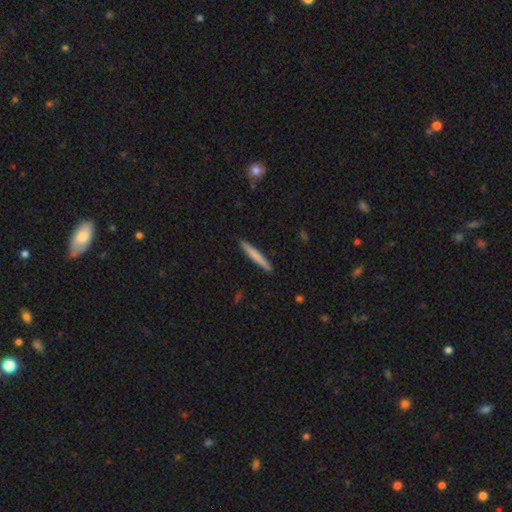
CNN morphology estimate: The model was most divided on "smooth or featured": smooth: 71%, featured or disk: 23%, star or artifact: 5%. More confident: how rounded — cigar-shaped (96%); merging — none (92%).